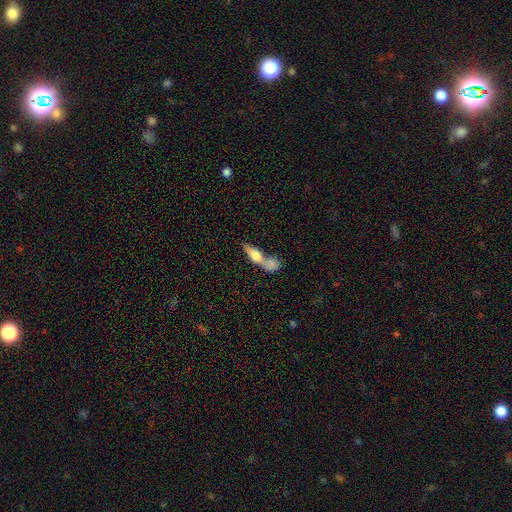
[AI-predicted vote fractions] This appears to be a smooth galaxy with no disk features (58%) that is in between round and cigar-shaped (49%). Merging: merger (56%).